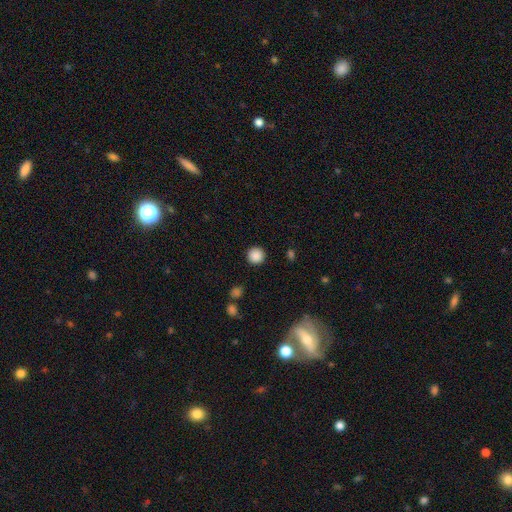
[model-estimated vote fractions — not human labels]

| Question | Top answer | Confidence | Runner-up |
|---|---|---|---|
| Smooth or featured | smooth | 88% | star or artifact (9%) |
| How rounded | round | 95% | in between (4%) |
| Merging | none | 91% | minor disturbance (5%) |